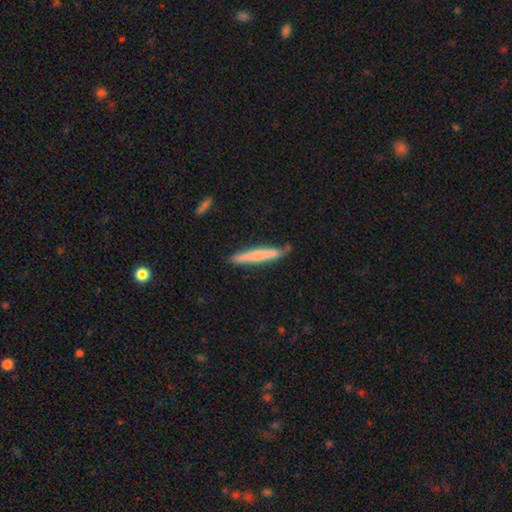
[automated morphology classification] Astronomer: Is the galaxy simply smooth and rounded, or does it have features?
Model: smooth — 65%.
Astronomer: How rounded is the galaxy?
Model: cigar-shaped — 95%.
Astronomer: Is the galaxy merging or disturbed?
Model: none — 80%.